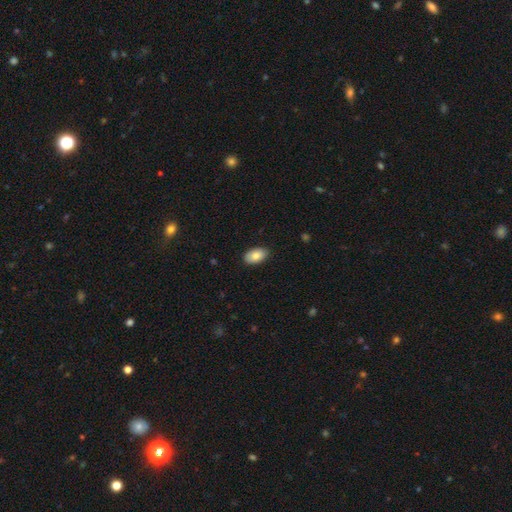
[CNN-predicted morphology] A smooth galaxy with no disk features (82%) that is in between round and cigar-shaped (94%).

Vote fractions:
- Smooth or featured? smooth: 82% / featured or disk: 11% / star or artifact: 7%
- How rounded? in between: 94% / round: 5% / cigar-shaped: 1%
- Merging? none: 87% / minor disturbance: 10% / major disturbance: 2% / merger: 1%